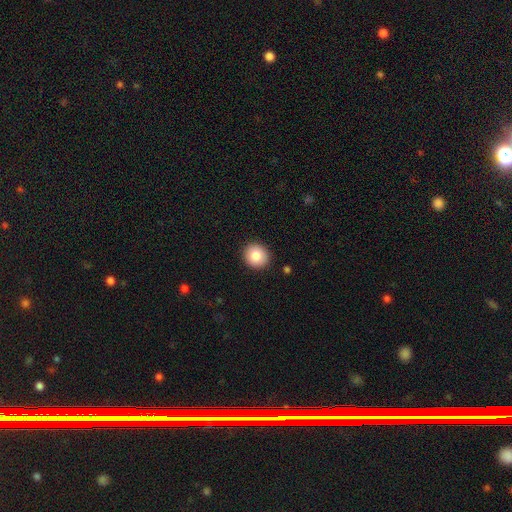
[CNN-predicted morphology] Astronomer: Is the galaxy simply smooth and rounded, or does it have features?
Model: smooth — 82%.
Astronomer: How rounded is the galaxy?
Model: round — 88%.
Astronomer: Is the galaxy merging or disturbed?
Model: none — 92%.